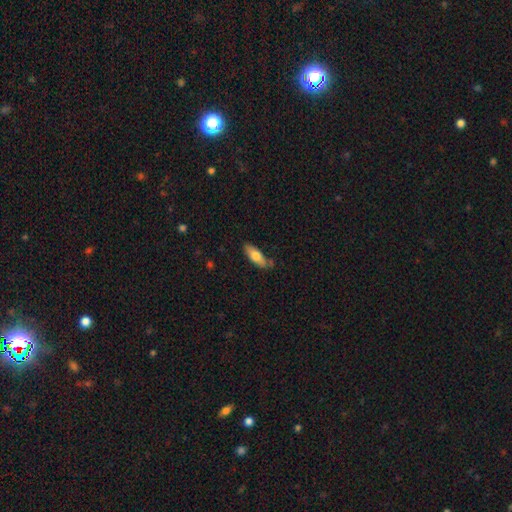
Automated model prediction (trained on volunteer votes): Smooth or featured?
  - smooth: 72% *
  - featured or disk: 22%
  - star or artifact: 6%
How rounded?
  - in between: 68% *
  - cigar-shaped: 30%
  - round: 2%
Merging?
  - none: 72% *
  - minor disturbance: 20%
  - merger: 4%
  - major disturbance: 4%